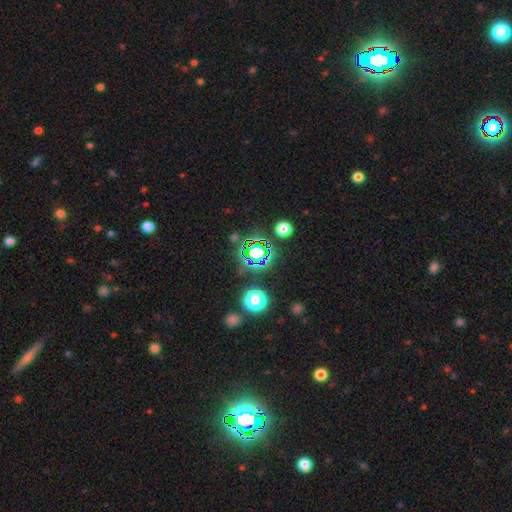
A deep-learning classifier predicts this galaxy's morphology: This is likely a star or artifact rather than a galaxy (77%).